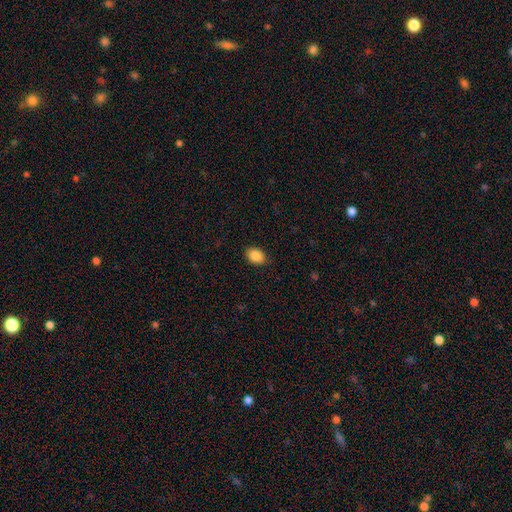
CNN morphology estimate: type=smooth (88%); roundness=in between (77%); merging=none (87%).